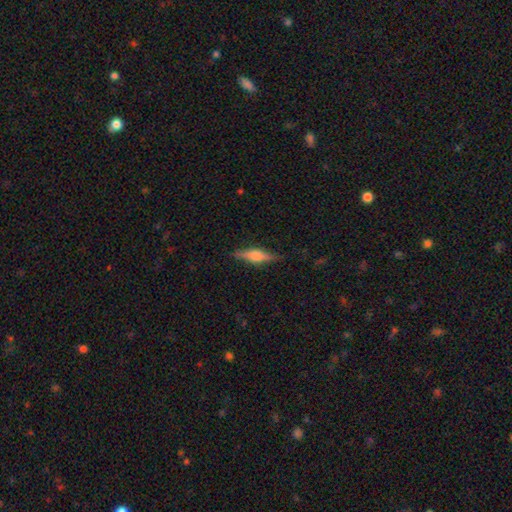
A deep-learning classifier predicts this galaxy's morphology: type=featured or disk (55%); edge-on=yes (96%); edge-on bulge=rounded (78%); merging=none (83%).